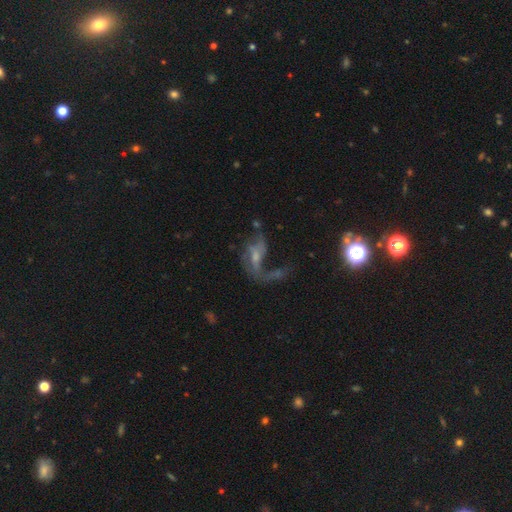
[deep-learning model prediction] smooth-or-featured: featured or disk: 68% | smooth: 16% | star or artifact: 16%
  disk-edge-on: no: 94% | yes: 6%
    bar: no: 47% | weak: 39% | strong: 14%
    has-spiral-arms: yes: 76% | no: 24%
    bulge-size: small: 50% | moderate: 31% | none: 15% | large: 3% | dominant: 2%
  merging: major disturbance: 38% | none: 31% | merger: 17% | minor disturbance: 14%